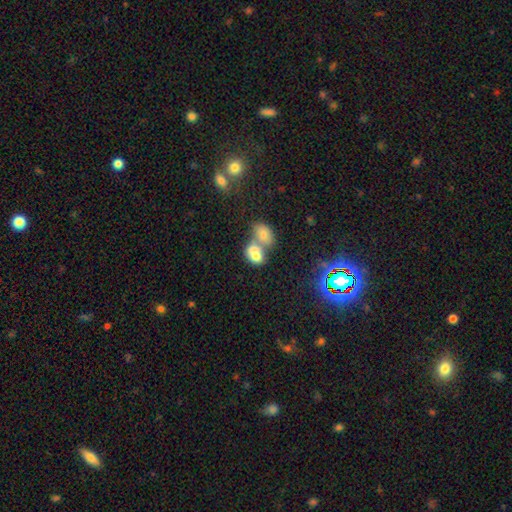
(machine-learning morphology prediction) This is likely a smooth galaxy (70%). How rounded: likely in between (64%). Merging: likely merger (69%).